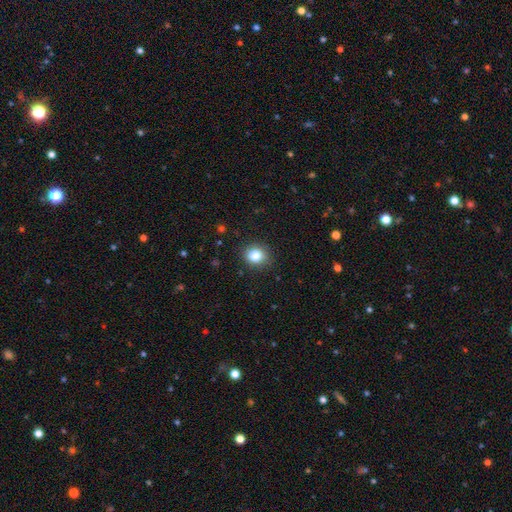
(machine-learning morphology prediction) The model was most divided on "how rounded": round: 79%, in between: 21%, cigar-shaped: 1%. More confident: merging — none (89%); smooth or featured — smooth (83%).